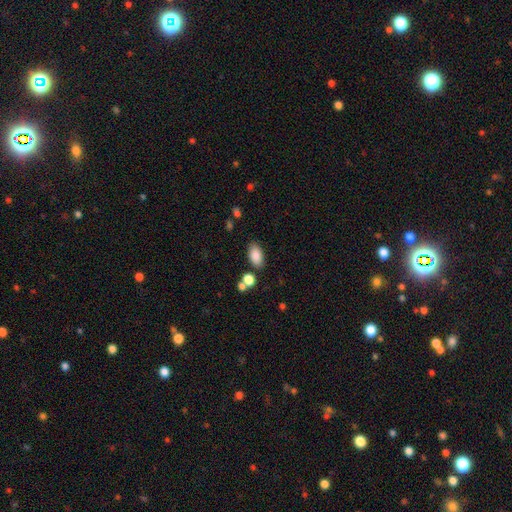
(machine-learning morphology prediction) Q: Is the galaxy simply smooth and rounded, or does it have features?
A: smooth — 86%.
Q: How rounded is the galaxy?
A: in between — 92%.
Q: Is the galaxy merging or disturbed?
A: none — 79%.